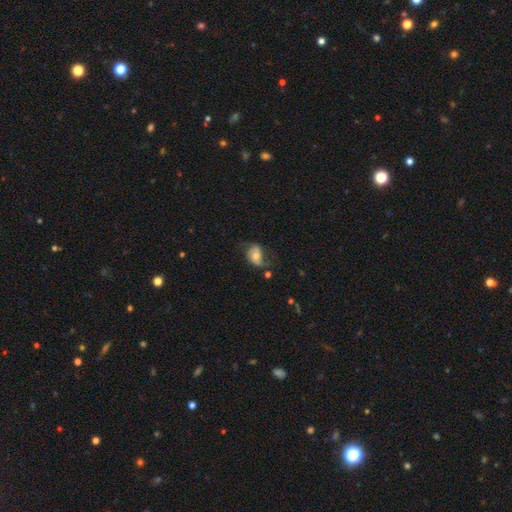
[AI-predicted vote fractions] Smooth or featured? featured or disk (62%)
Edge-on disk? no (96%)
Bar? no (65%)
Spiral arms? yes (86%)
Spiral winding? loose (57%)
Spiral arm count? 2 (86%)
Bulge size? moderate (61%)
Merging? none (57%)